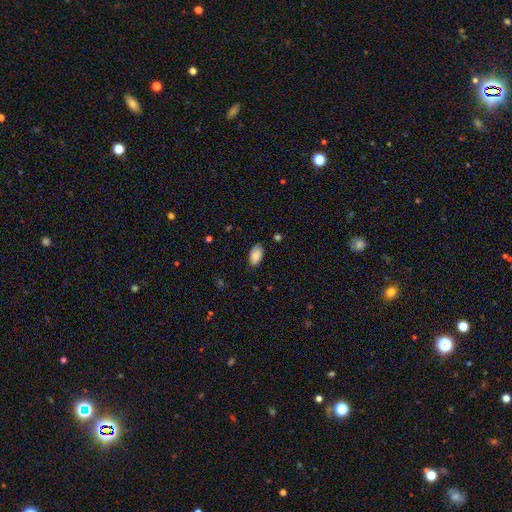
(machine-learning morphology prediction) The model was most divided on "merging": none: 81%, minor disturbance: 15%, major disturbance: 3%, merger: 1%. More confident: how rounded — in between (94%); smooth or featured — smooth (86%).